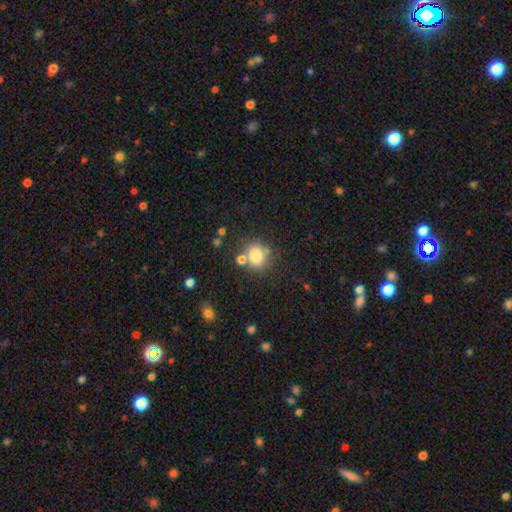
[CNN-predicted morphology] Smooth or featured? smooth (81%)
How rounded? round (76%)
Merging? none (66%)